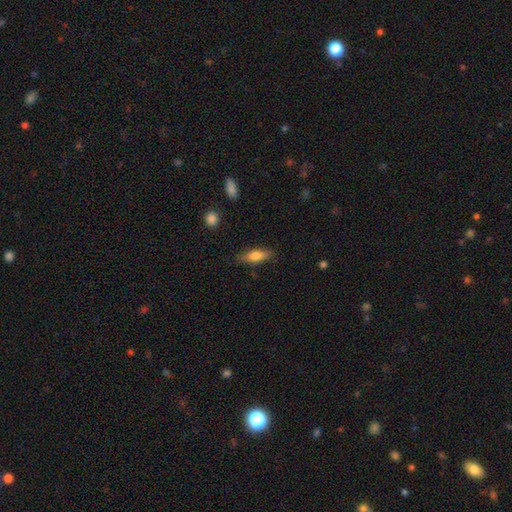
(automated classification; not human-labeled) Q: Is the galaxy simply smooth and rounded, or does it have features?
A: smooth — 67%.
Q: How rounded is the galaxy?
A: in between — 50%.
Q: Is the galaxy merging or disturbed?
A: none — 84%.